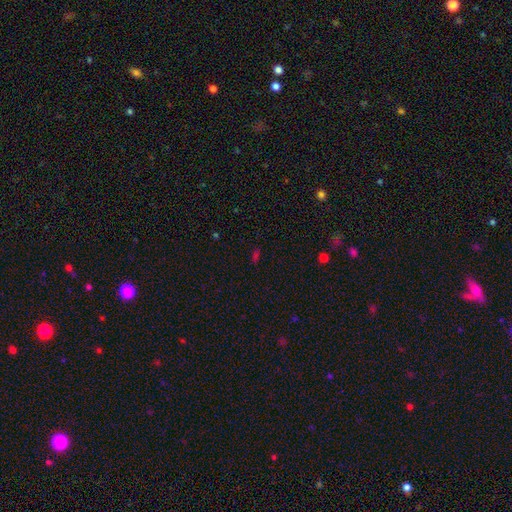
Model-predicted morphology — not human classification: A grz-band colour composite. It shows a smooth galaxy with no disk features (47%). Merging: none (79%).